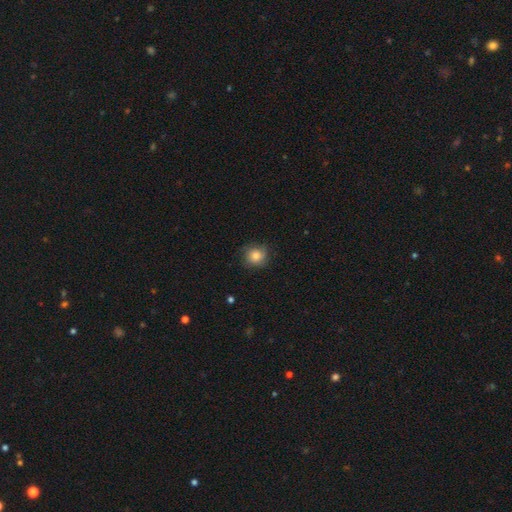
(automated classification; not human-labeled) This appears to be a smooth galaxy with no disk features (78%) that is round (87%). Merging: none (75%).